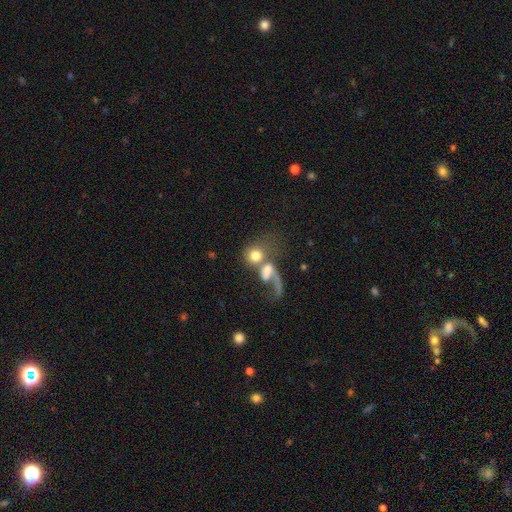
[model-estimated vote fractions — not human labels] smooth_or_featured: smooth (p=0.62) [alt: featured or disk p=0.28]
how_rounded: round (p=0.66) [alt: in between p=0.31]
merging: merger (p=0.61) [alt: major disturbance p=0.17]